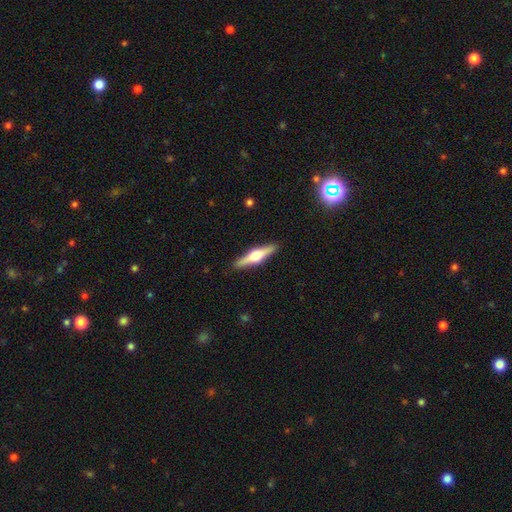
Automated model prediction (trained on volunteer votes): Smooth or featured: featured or disk — 67% (smooth — 28%)
Edge-on disk: yes — 97% (no — 3%)
Edge-on bulge: rounded — 95% (boxy — 3%)
Merging: none — 91% (minor disturbance — 7%)